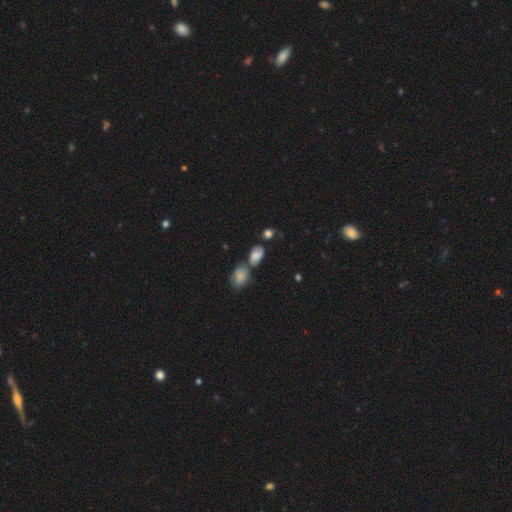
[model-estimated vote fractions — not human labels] smooth_or_featured: smooth (p=0.62) [alt: featured or disk p=0.23]
how_rounded: in between (p=0.77) [alt: round p=0.20]
merging: none (p=0.42) [alt: merger p=0.37]